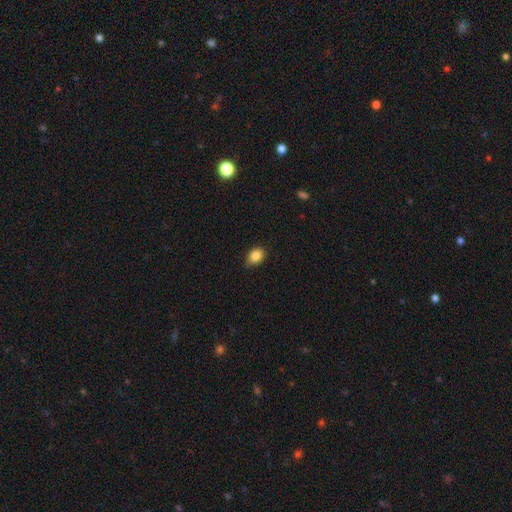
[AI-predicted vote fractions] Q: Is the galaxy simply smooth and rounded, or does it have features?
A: smooth — 86%.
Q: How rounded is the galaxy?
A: in between — 61%.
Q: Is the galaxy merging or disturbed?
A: none — 73%.